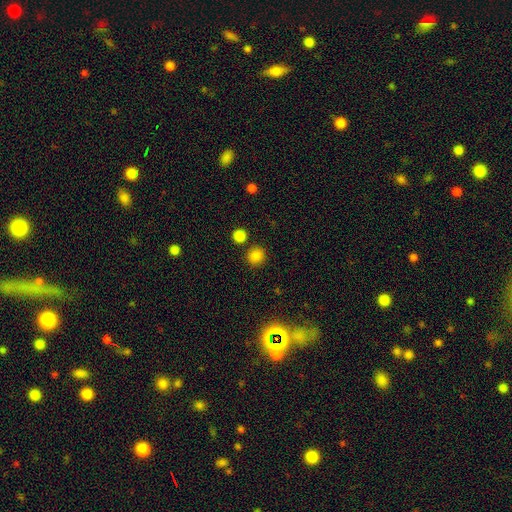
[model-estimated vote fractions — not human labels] Smooth or featured? smooth (83%)
How rounded? round (91%)
Merging? none (84%)